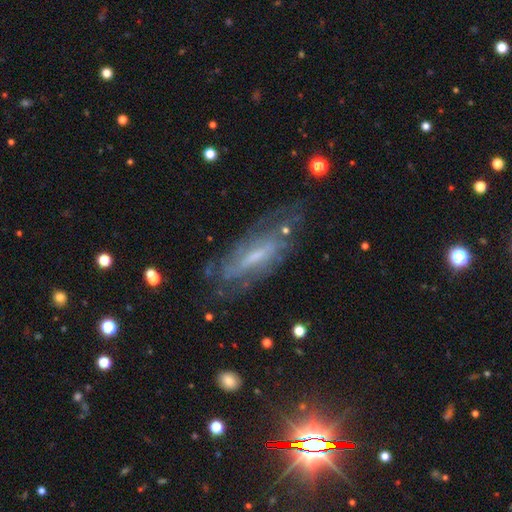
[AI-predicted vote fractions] smooth-or-featured: featured or disk: 74% | smooth: 18% | star or artifact: 8%
  disk-edge-on: no: 75% | yes: 25%
    bar: weak: 45% | no: 30% | strong: 25%
    has-spiral-arms: yes: 79% | no: 21%
    bulge-size: small: 44% | moderate: 33% | none: 17% | large: 5% | dominant: 1%
  merging: none: 66% | minor disturbance: 20% | major disturbance: 11% | merger: 2%